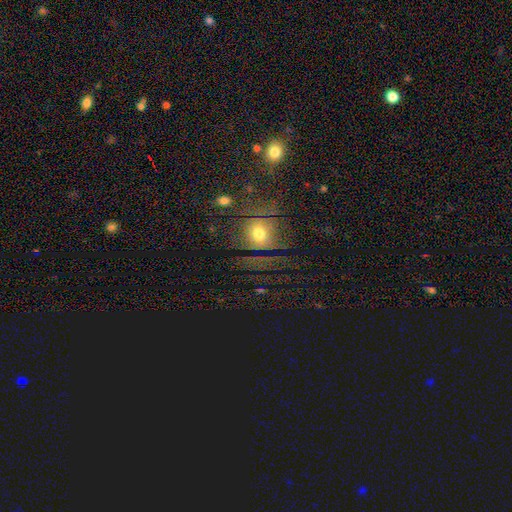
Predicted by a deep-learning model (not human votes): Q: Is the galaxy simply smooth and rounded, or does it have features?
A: star or artifact — 48%.